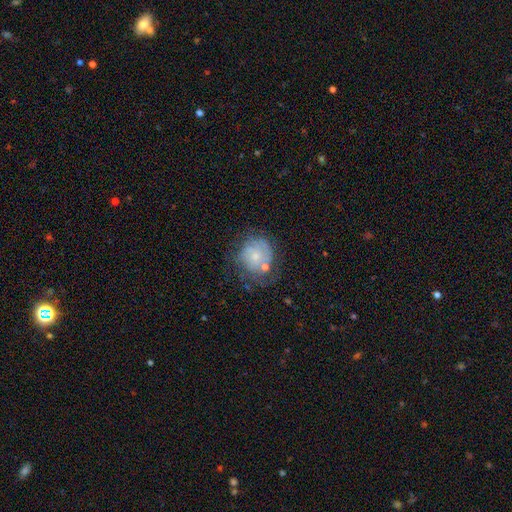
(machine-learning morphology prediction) featured or disk 54%, smooth 37%, star or artifact 9%. Down the decision tree: edge-on disk — no (98%); bar — no (81%); spiral arms — yes (71%); bulge size — small (63%); merging — none (49%).